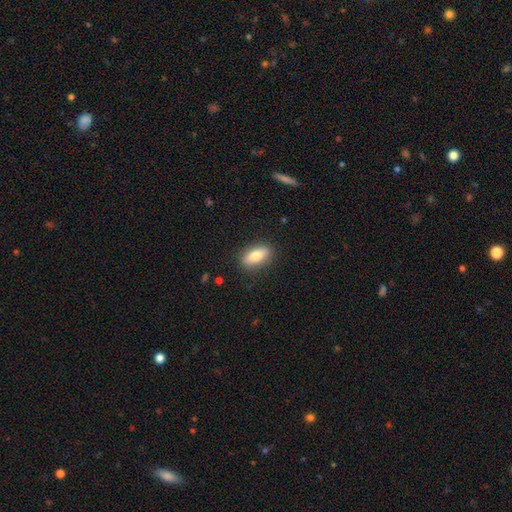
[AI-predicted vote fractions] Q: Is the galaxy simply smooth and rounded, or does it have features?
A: smooth — 77%.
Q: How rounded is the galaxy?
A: in between — 80%.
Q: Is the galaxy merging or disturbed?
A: none — 86%.